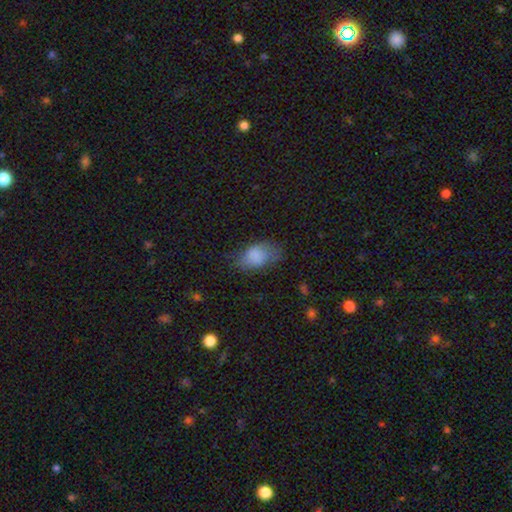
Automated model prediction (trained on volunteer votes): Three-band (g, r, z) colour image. It shows a smooth galaxy with no disk features (79%) that is in between round and cigar-shaped (89%). Merging: none (52%).